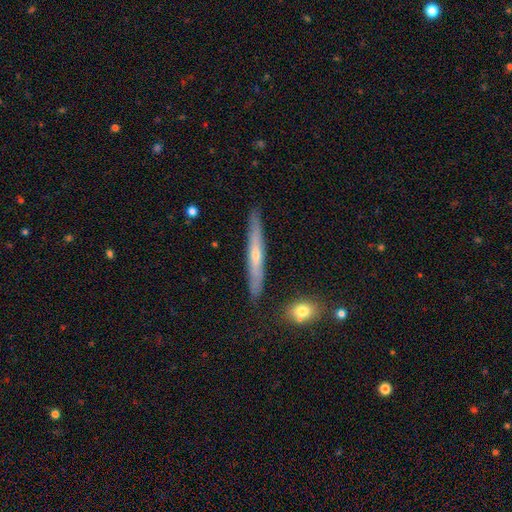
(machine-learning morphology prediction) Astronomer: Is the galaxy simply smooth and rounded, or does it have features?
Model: featured or disk — 59%.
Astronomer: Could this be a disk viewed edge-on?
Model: yes — 92%.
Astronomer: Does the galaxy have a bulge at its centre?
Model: rounded — 64%.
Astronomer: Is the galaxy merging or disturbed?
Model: none — 87%.